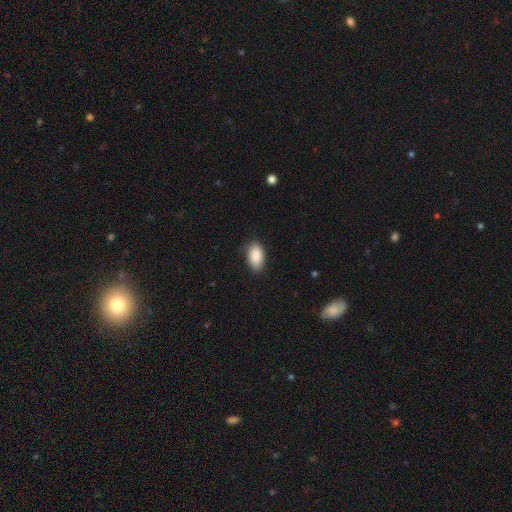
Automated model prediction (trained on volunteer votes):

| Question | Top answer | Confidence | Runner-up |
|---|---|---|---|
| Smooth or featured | smooth | 89% | star or artifact (7%) |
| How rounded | in between | 93% | round (5%) |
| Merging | none | 80% | minor disturbance (16%) |